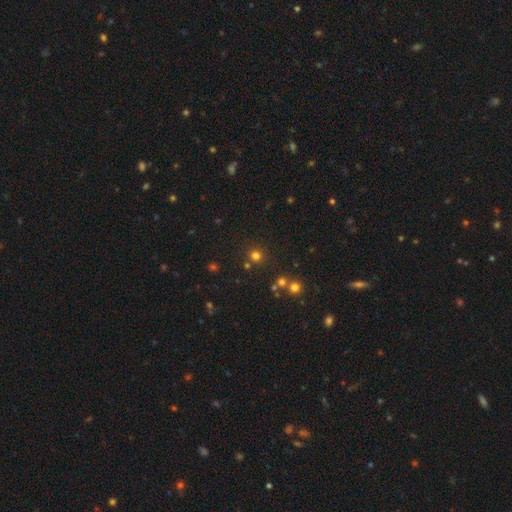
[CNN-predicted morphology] This appears to be a smooth galaxy with no disk features (72%) that is round (92%). Merging: none (82%).